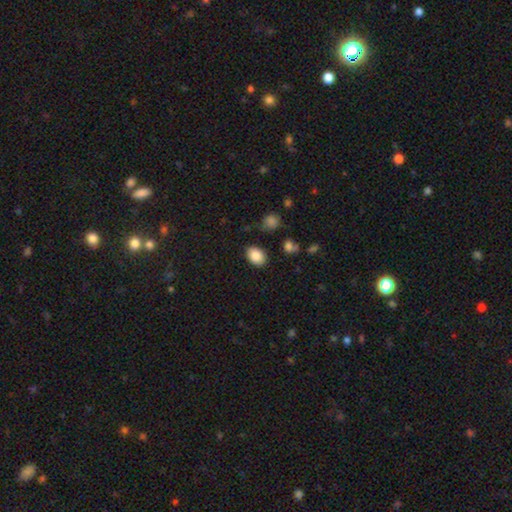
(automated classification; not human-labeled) smooth_or_featured: smooth (p=0.86) [alt: star or artifact p=0.08]
how_rounded: in between (p=0.74) [alt: round p=0.25]
merging: none (p=0.83) [alt: minor disturbance p=0.11]